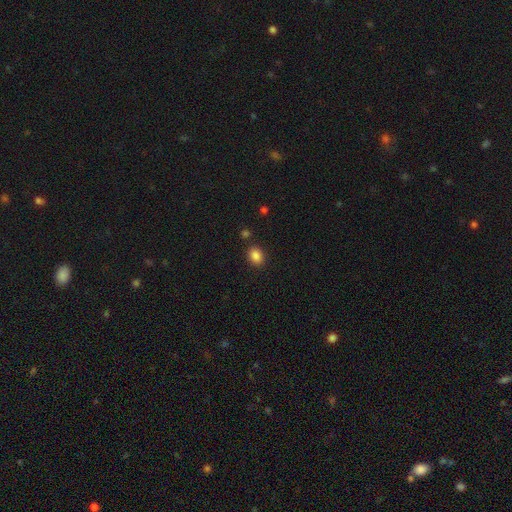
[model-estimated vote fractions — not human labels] Smooth or featured?
  - smooth: 86% *
  - star or artifact: 10%
  - featured or disk: 4%
How rounded?
  - in between: 61% *
  - round: 38%
  - cigar-shaped: 1%
Merging?
  - none: 85% *
  - minor disturbance: 9%
  - merger: 4%
  - major disturbance: 3%